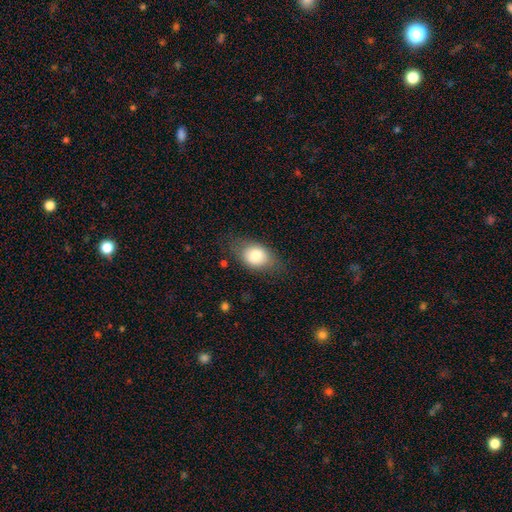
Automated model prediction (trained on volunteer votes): Morphology: type=smooth (76%); roundness=in between (69%); merging=none (72%).